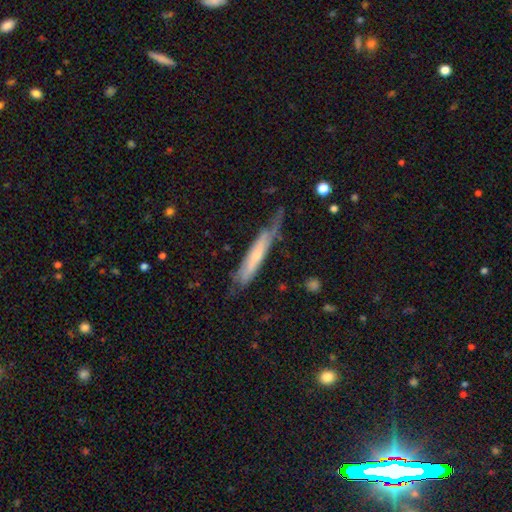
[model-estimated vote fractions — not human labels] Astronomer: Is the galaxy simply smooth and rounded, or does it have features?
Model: featured or disk — 48% (runner-up: smooth, 46%).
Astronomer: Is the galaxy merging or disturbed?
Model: none — 49% (runner-up: minor disturbance, 33%).